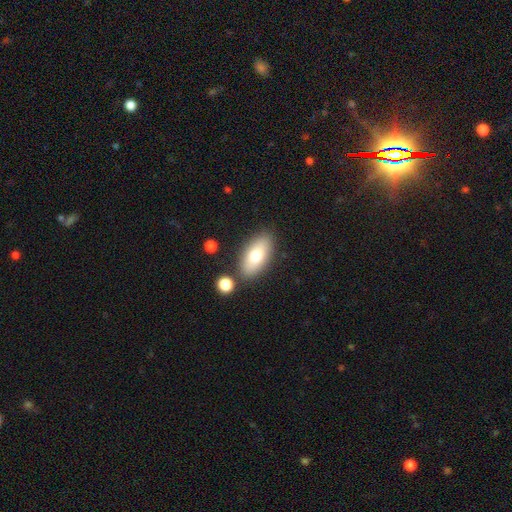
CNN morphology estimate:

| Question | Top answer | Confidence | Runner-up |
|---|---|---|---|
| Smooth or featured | smooth | 74% | featured or disk (19%) |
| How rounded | in between | 89% | cigar-shaped (8%) |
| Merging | none | 82% | minor disturbance (10%) |